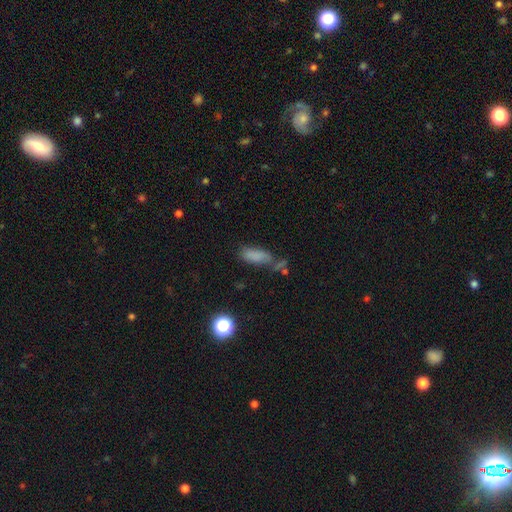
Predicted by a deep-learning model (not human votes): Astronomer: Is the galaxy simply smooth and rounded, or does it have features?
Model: smooth — 74%.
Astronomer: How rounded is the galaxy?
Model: in between — 73%.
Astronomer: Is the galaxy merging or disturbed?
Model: none — 45% (runner-up: minor disturbance, 26%).